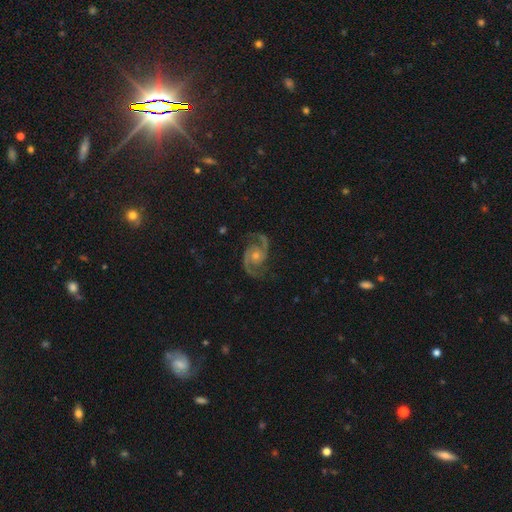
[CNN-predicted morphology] type=featured or disk (92%); edge-on=no (98%); bar=no (70%); spiral arms=yes (98%); winding=medium (63%); arm count=2 (94%); bulge=small (47%, tied with moderate); merging=none (82%).